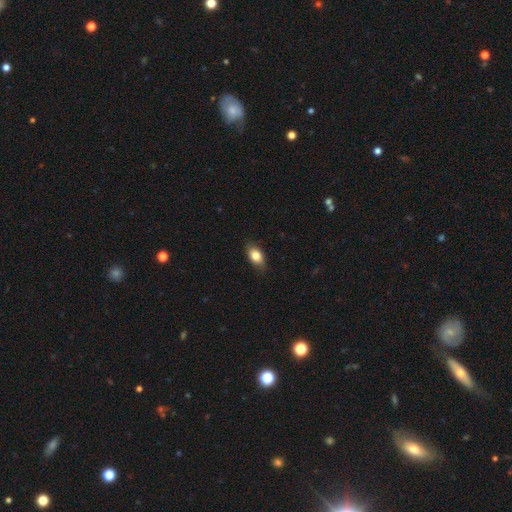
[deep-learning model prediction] This appears to be a smooth galaxy with no disk features (82%) that is in between round and cigar-shaped (87%). Merging: none (81%).